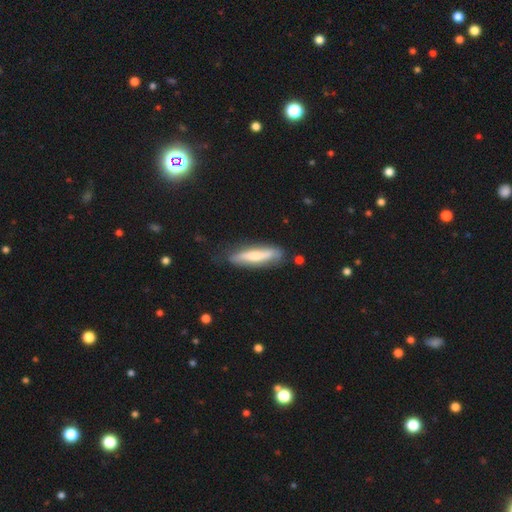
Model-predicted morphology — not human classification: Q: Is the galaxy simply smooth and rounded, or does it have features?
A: smooth — 51%.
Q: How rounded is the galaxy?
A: cigar-shaped — 77%.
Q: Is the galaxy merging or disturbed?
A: none — 74%.